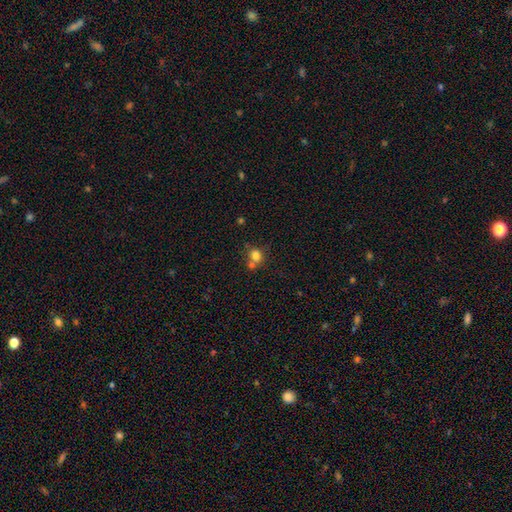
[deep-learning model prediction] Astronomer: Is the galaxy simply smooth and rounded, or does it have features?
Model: smooth — 78%.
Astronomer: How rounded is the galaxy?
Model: round — 76%.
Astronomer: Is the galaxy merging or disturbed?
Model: none — 48% (runner-up: merger, 37%).